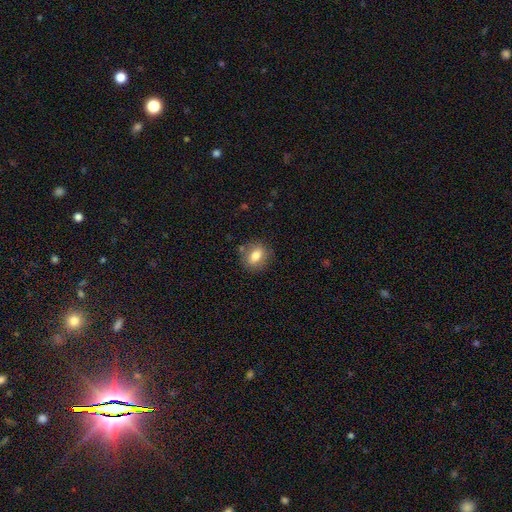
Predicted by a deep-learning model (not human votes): This is likely a smooth galaxy (77%). How rounded: possibly round (53%). Merging: clearly none (83%).